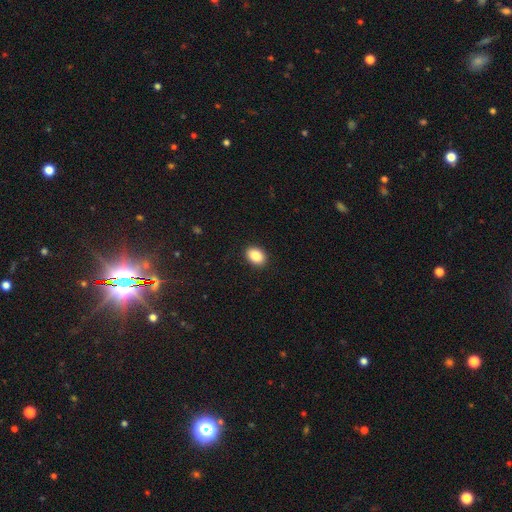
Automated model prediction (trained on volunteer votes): A smooth galaxy with no disk features (87%) that is in between round and cigar-shaped (73%). Merging: none (90%).